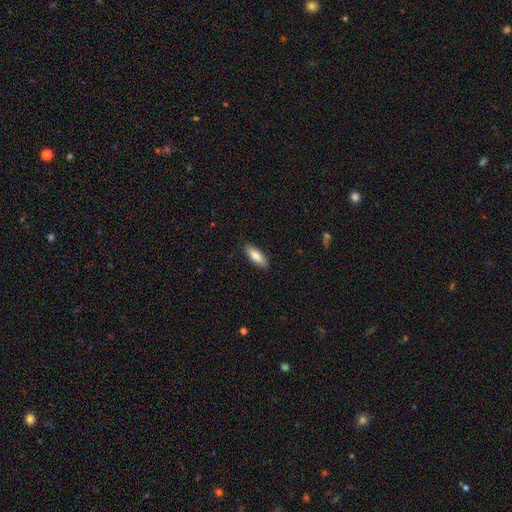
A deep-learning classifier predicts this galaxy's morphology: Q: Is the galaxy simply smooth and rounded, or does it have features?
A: smooth — 84%.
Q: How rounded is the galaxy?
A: in between — 64%.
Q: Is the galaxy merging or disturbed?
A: none — 88%.